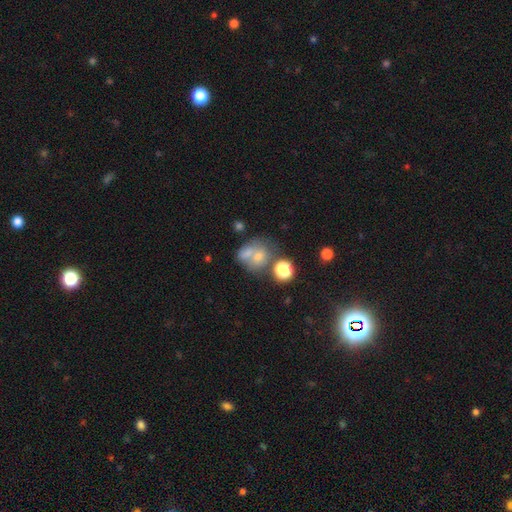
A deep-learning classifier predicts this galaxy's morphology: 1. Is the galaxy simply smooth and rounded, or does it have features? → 57% smooth, 24% featured or disk, 18% star or artifact.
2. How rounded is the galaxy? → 64% round, 35% in between, 1% cigar-shaped.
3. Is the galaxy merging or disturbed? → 42% merger, 35% none, 13% minor disturbance, 10% major disturbance.